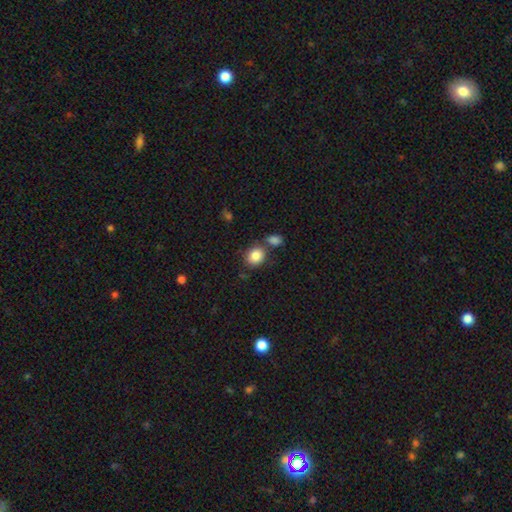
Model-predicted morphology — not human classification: Smooth or featured: smooth — 85% (star or artifact — 8%)
How rounded: round — 55% (in between — 44%)
Merging: none — 67% (merger — 18%)